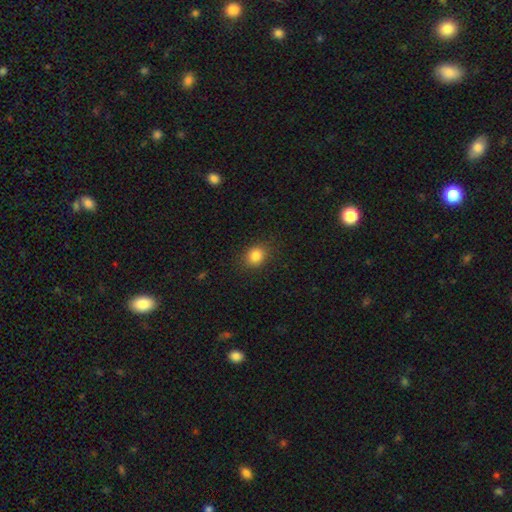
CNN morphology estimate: This appears to be a smooth galaxy with no disk features (84%) that is round (60%). Merging: none (86%).